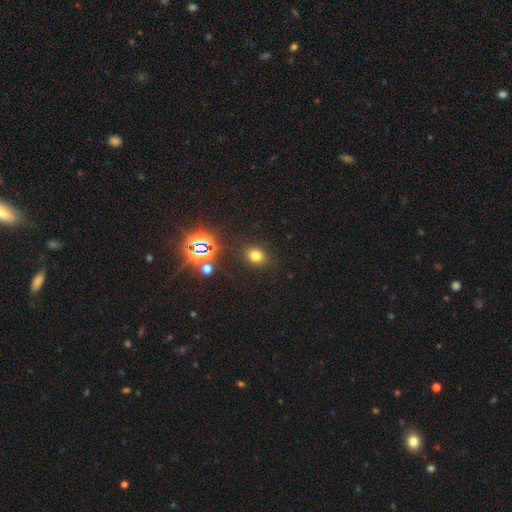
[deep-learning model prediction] The model was most divided on "how rounded": round: 60%, in between: 39%, cigar-shaped: 1%. More confident: merging — none (87%); smooth or featured — smooth (71%).